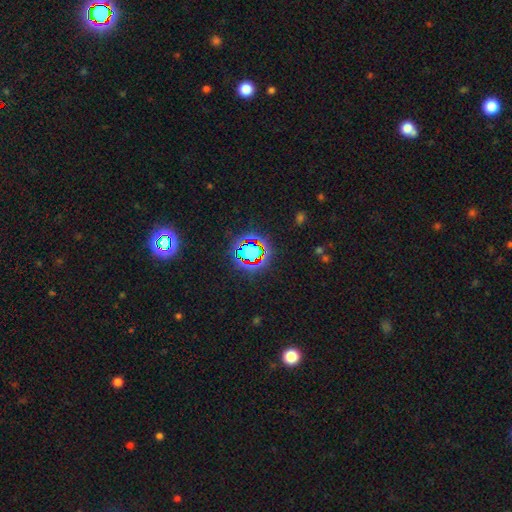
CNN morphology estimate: Smooth or featured? star or artifact (77%)